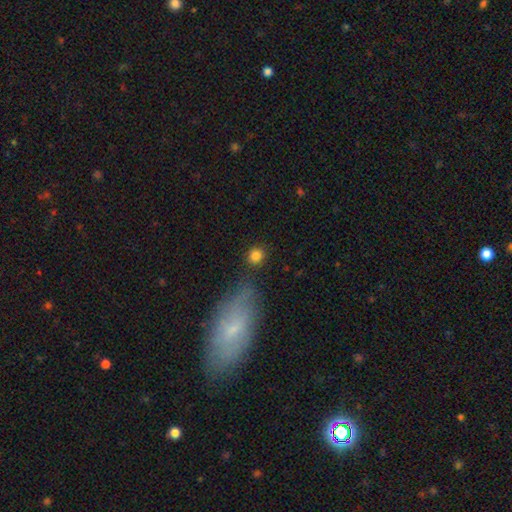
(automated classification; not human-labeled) A smooth galaxy with no disk features (84%) that is round (88%). Merging: none (83%).